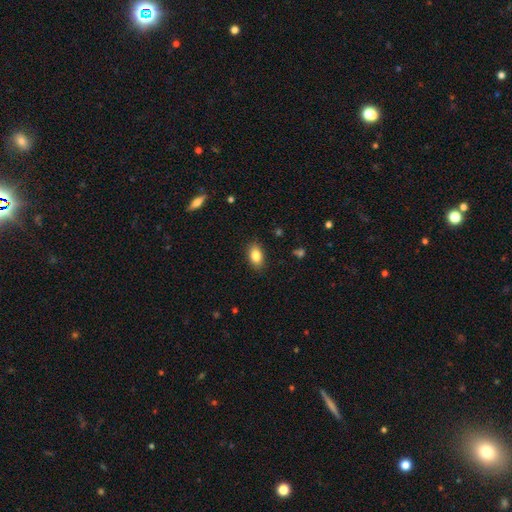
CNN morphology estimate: A smooth galaxy with no disk features (85%) that is in between round and cigar-shaped (89%).

Vote fractions:
- Smooth or featured? smooth: 85% / star or artifact: 8% / featured or disk: 7%
- How rounded? in between: 89% / round: 9% / cigar-shaped: 2%
- Merging? none: 87% / minor disturbance: 9% / major disturbance: 2% / merger: 1%